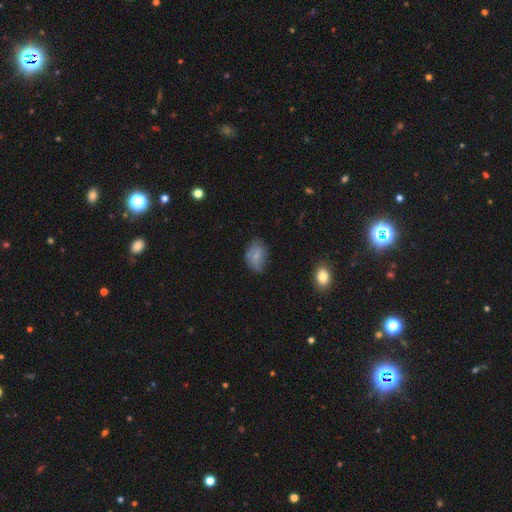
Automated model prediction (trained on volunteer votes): smooth_or_featured: smooth (p=0.66) [alt: featured or disk p=0.25]
how_rounded: in between (p=0.81) [alt: round p=0.17]
merging: none (p=0.63) [alt: minor disturbance p=0.29]